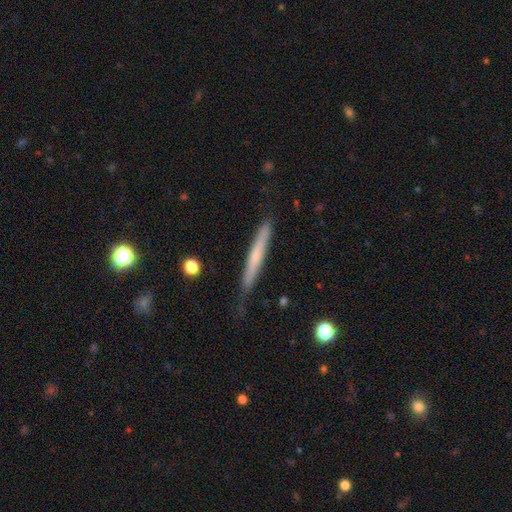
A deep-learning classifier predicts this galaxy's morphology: Smooth or featured? Predicted: smooth (p=0.52). How rounded? Predicted: cigar-shaped (p=0.96). Merging? Predicted: none (p=0.76).